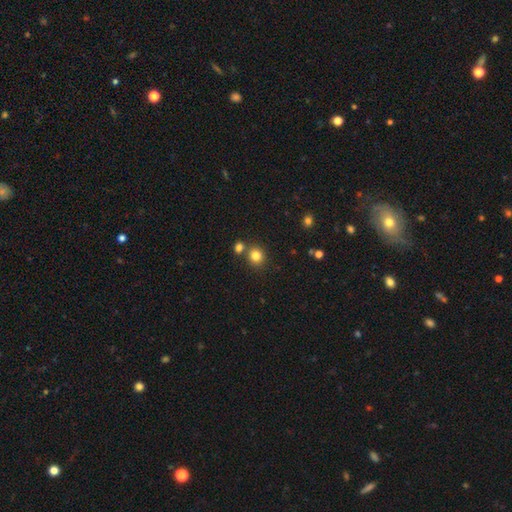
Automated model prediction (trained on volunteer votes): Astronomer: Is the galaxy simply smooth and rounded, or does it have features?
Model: smooth — 82%.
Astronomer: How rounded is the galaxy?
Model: round — 85%.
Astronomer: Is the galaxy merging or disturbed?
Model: none — 70%.